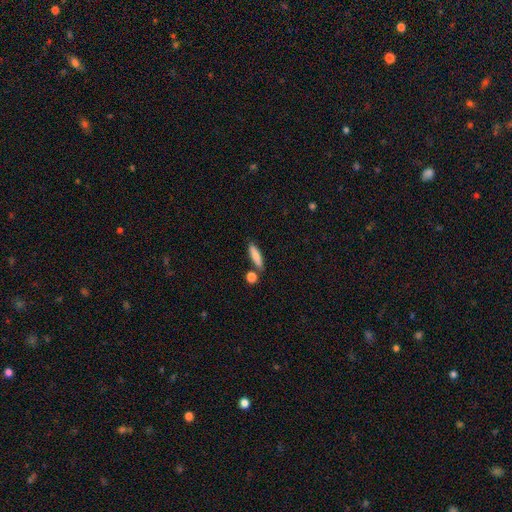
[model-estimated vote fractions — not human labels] Smooth or featured? Predicted: smooth (p=0.82). How rounded? Predicted: cigar-shaped (p=0.65). Merging? Predicted: none (p=0.75).